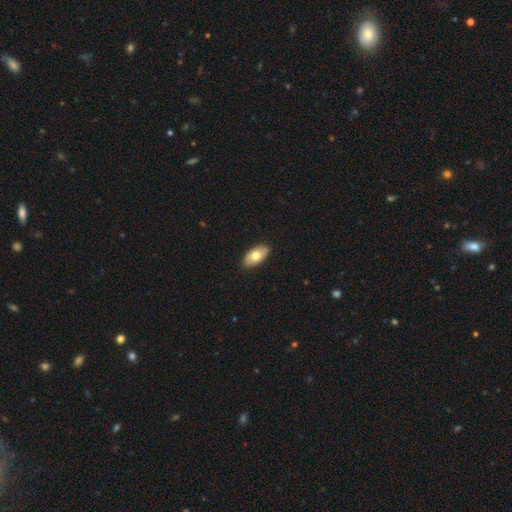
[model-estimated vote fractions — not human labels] A smooth galaxy with no disk features (69%) that is in between round and cigar-shaped (94%).

Vote fractions:
- Smooth or featured? smooth: 69% / featured or disk: 25% / star or artifact: 6%
- How rounded? in between: 94% / round: 4% / cigar-shaped: 3%
- Merging? none: 88% / minor disturbance: 10% / major disturbance: 2% / merger: 1%